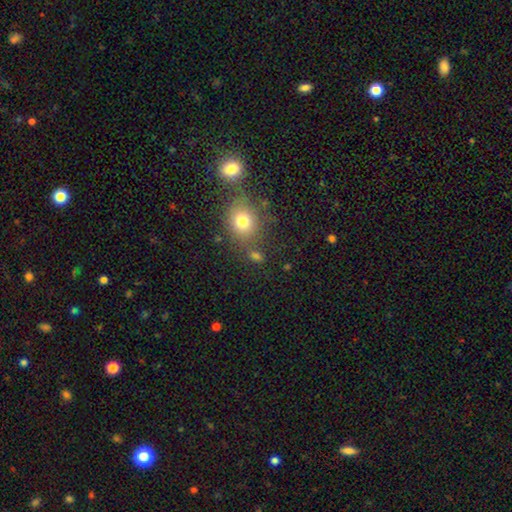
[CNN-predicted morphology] Smooth or featured: smooth — 69% (star or artifact — 20%)
How rounded: round — 58% (in between — 39%)
Merging: none — 67% (merger — 16%)